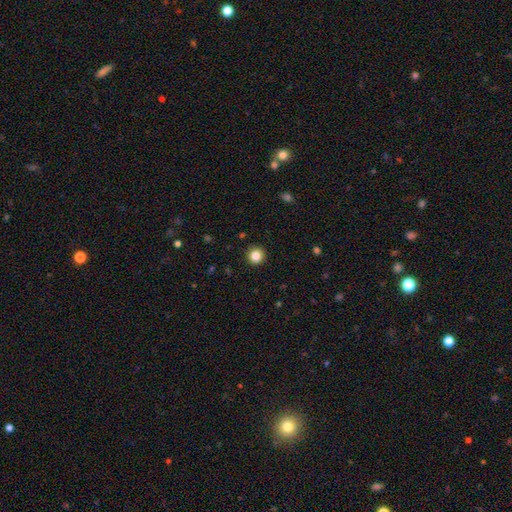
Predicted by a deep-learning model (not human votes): Smooth or featured?
  - smooth: 85% *
  - star or artifact: 11%
  - featured or disk: 4%
How rounded?
  - round: 95% *
  - in between: 4%
  - cigar-shaped: 1%
Merging?
  - none: 93% *
  - minor disturbance: 5%
  - major disturbance: 2%
  - merger: 1%